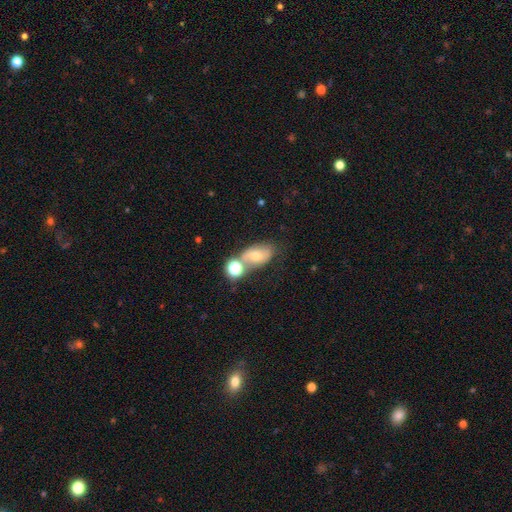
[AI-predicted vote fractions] smooth 58%, featured or disk 30%, star or artifact 12%. Down the decision tree: how rounded — in between (82%); merging — none (46%).